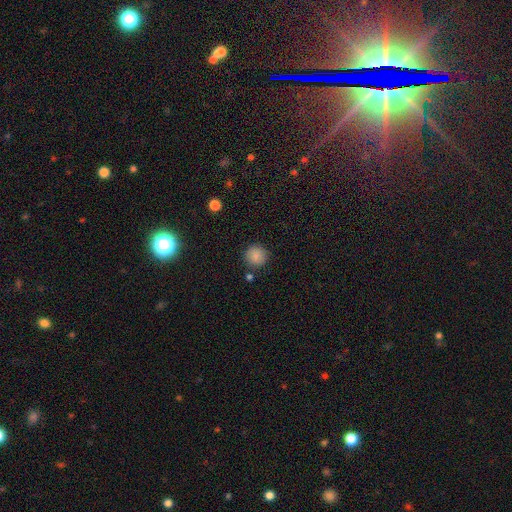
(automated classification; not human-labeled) Morphology: type=smooth (86%); roundness=round (94%); merging=none (87%).